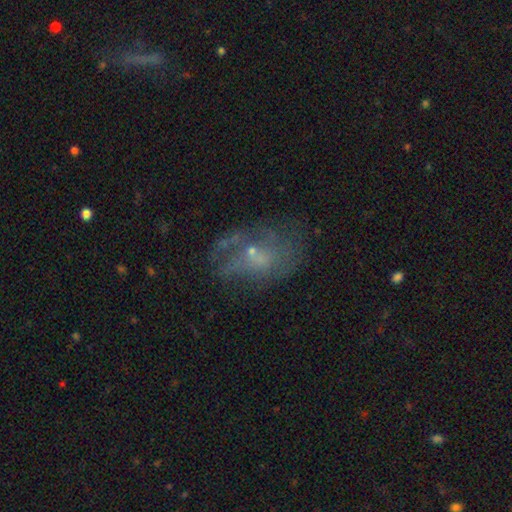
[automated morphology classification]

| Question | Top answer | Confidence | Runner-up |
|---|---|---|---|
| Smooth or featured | featured or disk | 57% | smooth (29%) |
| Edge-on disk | no | 97% | yes (3%) |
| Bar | no | 75% | weak (21%) |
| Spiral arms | no | 55% | yes (45%) |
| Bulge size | small | 62% | none (18%) |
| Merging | none | 46% | major disturbance (27%) |